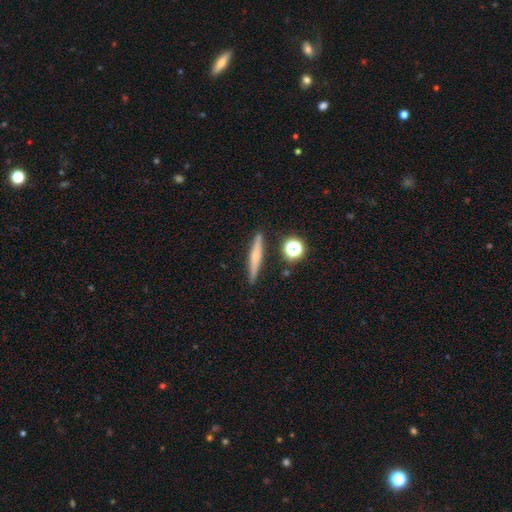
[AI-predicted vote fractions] This appears to be a smooth galaxy with no disk features (49%). Merging: none (88%).